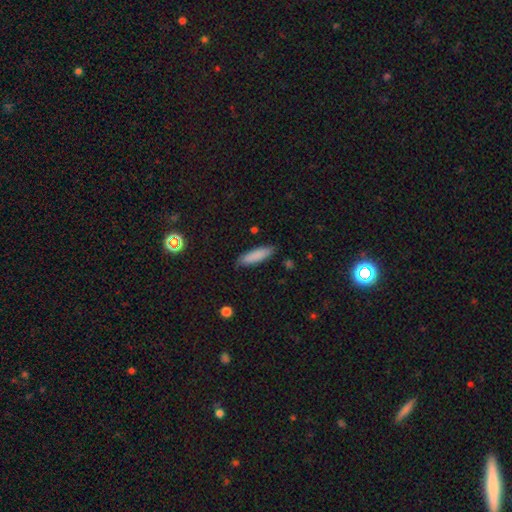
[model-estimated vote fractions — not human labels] Smooth or featured?
  - smooth: 85% *
  - featured or disk: 9%
  - star or artifact: 6%
How rounded?
  - cigar-shaped: 65% *
  - in between: 33%
  - round: 1%
Merging?
  - none: 84% *
  - minor disturbance: 12%
  - major disturbance: 2%
  - merger: 1%